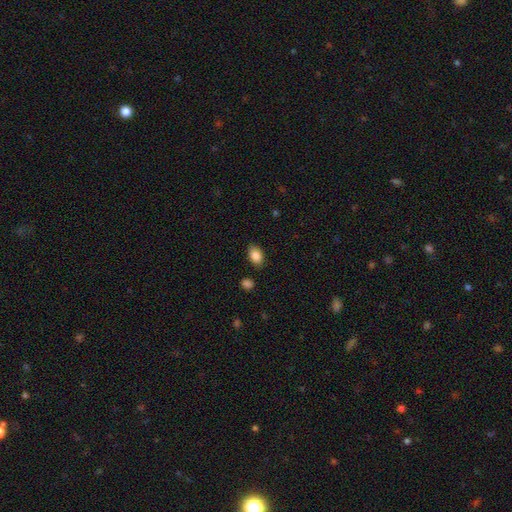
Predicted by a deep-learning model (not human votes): Morphology: type=smooth (85%); roundness=in between (88%); merging=none (85%).